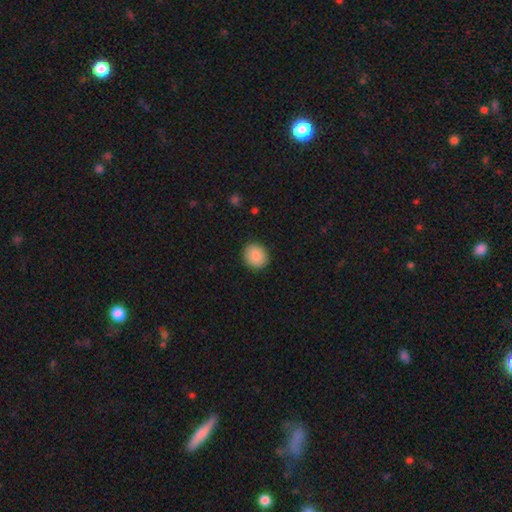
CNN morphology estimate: This is clearly a smooth galaxy (88%). How rounded: likely round (80%). Merging: clearly none (90%).